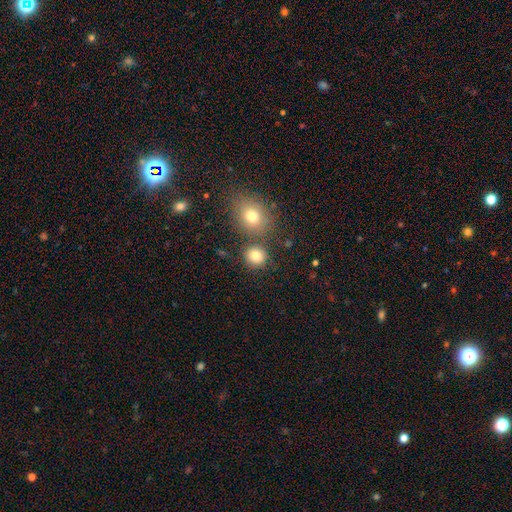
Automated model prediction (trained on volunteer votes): smooth_or_featured: smooth (p=0.80) [alt: star or artifact p=0.13]
how_rounded: round (p=0.86) [alt: in between p=0.13]
merging: none (p=0.76) [alt: merger p=0.12]